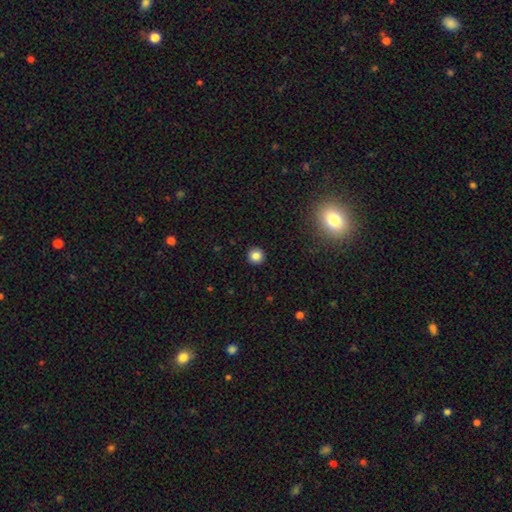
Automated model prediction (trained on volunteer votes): Smooth or featured? smooth (84%)
How rounded? round (95%)
Merging? none (93%)